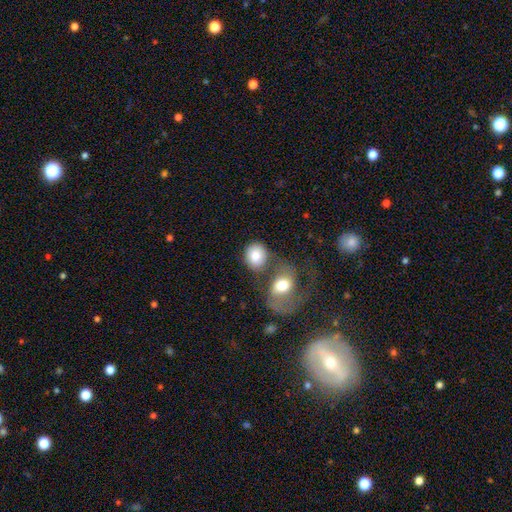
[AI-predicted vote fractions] smooth-or-featured: smooth: 79% | featured or disk: 14% | star or artifact: 7%
  how-rounded: round: 59% | in between: 40% | cigar-shaped: 1%
  merging: none: 42% | merger: 39% | minor disturbance: 12% | major disturbance: 8%